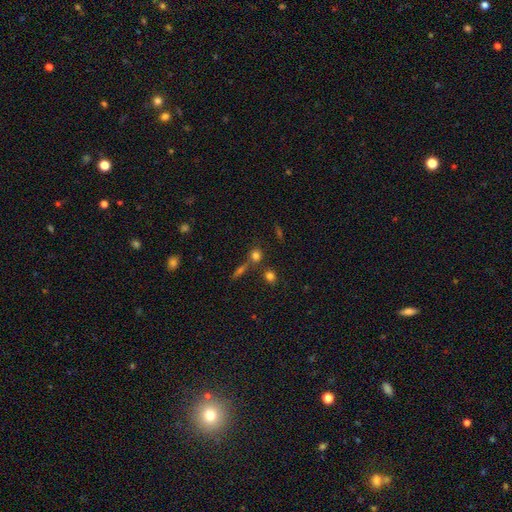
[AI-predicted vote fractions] This is likely a smooth galaxy (71%). How rounded: likely round (75%). Merging: likely none (61%).